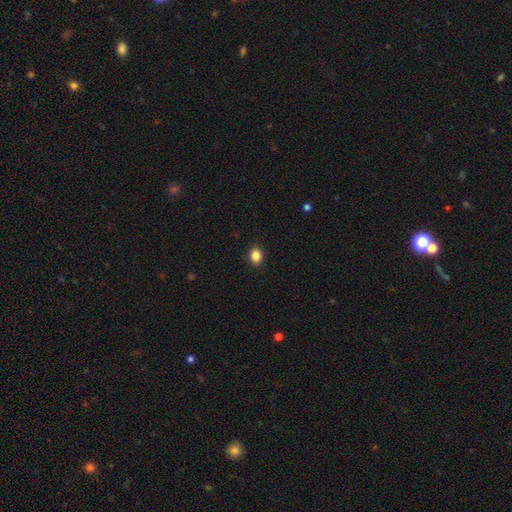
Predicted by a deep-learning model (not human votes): smooth 87%, star or artifact 9%, featured or disk 4%. Down the decision tree: how rounded — in between (50%, tied with round); merging — none (91%).